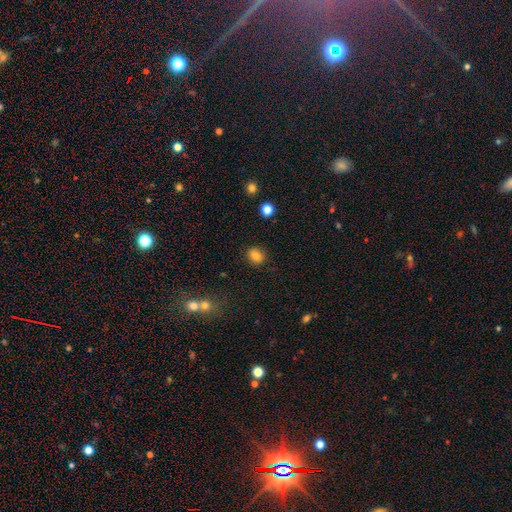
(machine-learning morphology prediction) A smooth galaxy with no disk features (83%) that is round (63%).

Vote fractions:
- Smooth or featured? smooth: 83% / star or artifact: 11% / featured or disk: 6%
- How rounded? round: 63% / in between: 36% / cigar-shaped: 1%
- Merging? none: 88% / minor disturbance: 8% / major disturbance: 2% / merger: 2%